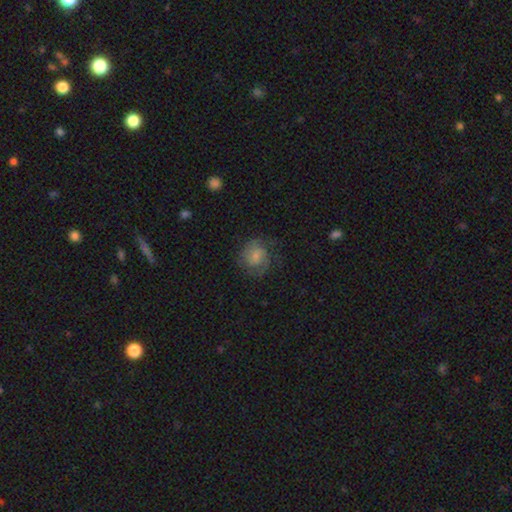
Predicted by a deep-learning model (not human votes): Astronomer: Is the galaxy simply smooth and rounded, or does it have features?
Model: smooth — 47% (runner-up: featured or disk, 44%).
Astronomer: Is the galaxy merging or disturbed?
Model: none — 66%.